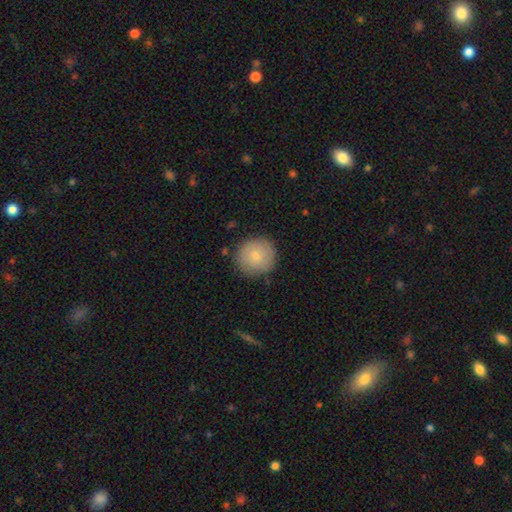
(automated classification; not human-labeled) Smooth or featured? smooth (78%)
How rounded? round (92%)
Merging? none (85%)